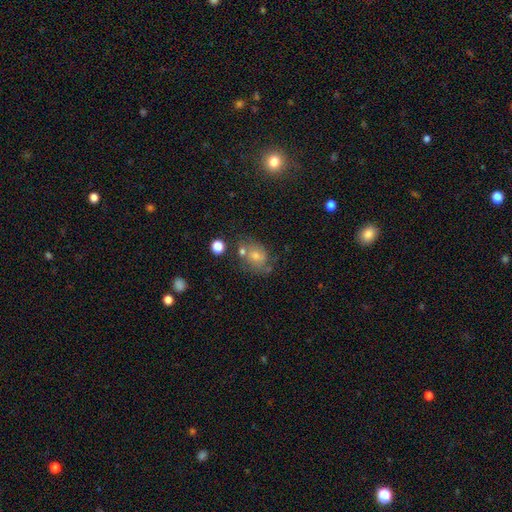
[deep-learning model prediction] Smooth or featured?
  - smooth: 43% *
  - featured or disk: 34%
  - star or artifact: 23%
Merging?
  - none: 57% *
  - minor disturbance: 20%
  - merger: 12%
  - major disturbance: 11%